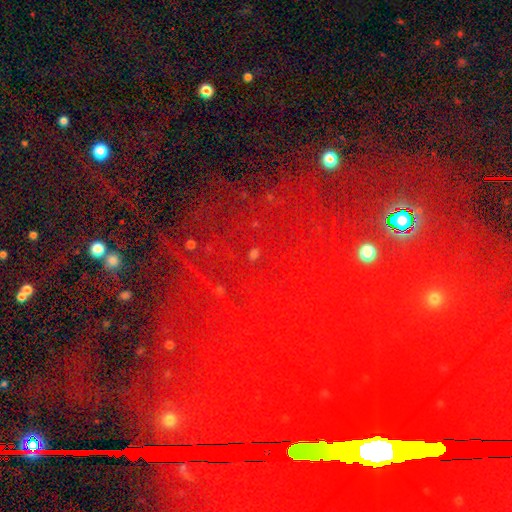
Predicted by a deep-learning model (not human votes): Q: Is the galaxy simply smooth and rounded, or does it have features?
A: star or artifact — 81%.